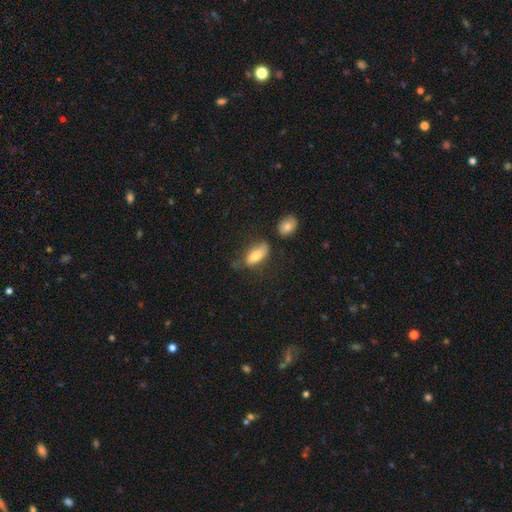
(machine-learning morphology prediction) This is likely a smooth galaxy (75%). How rounded: clearly in between (83%). Merging: possibly none (51%).